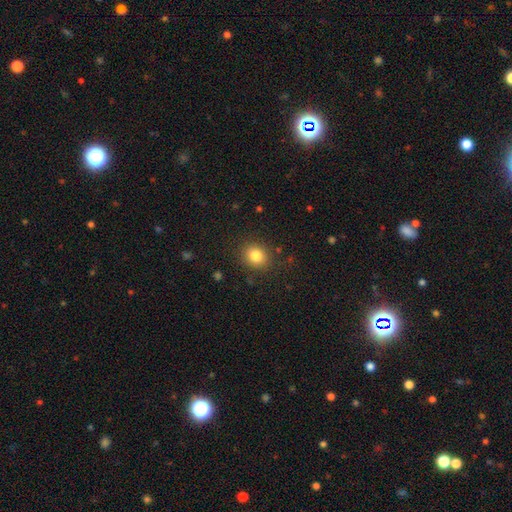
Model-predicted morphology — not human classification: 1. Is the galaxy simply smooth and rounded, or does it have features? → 83% smooth, 11% star or artifact, 6% featured or disk.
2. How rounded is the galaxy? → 71% round, 29% in between, 1% cigar-shaped.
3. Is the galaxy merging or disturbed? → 87% none, 9% minor disturbance, 3% major disturbance, 1% merger.